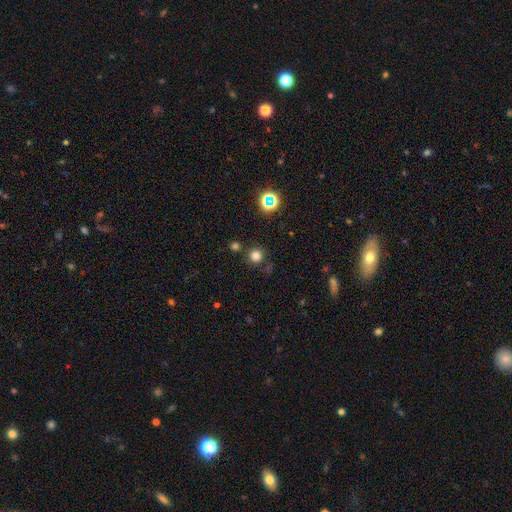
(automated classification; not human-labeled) This is likely a smooth galaxy (75%). How rounded: clearly round (95%). Merging: clearly none (81%).